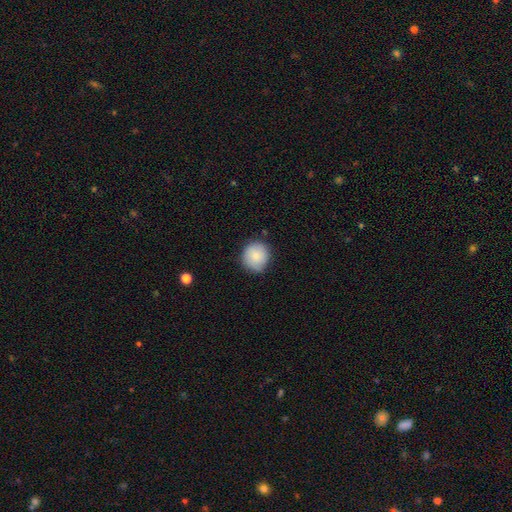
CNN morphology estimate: A smooth galaxy with no disk features (84%) that is round (90%).

Vote fractions:
- Smooth or featured? smooth: 84% / featured or disk: 9% / star or artifact: 7%
- How rounded? round: 90% / in between: 9% / cigar-shaped: 1%
- Merging? none: 79% / minor disturbance: 17% / major disturbance: 3% / merger: 1%